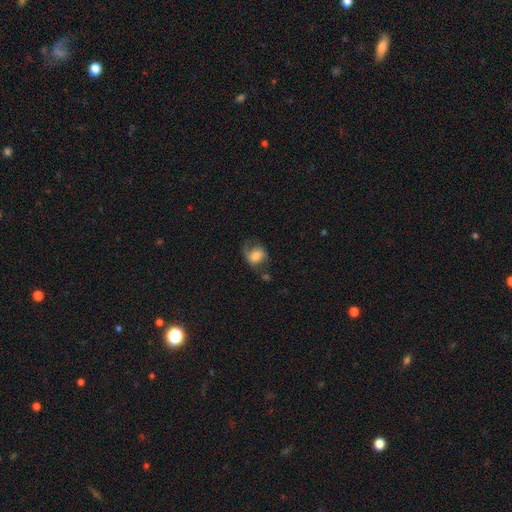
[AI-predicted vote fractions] A smooth galaxy with no disk features (60%) that is in between round and cigar-shaped (50%). Merging: none (39%).